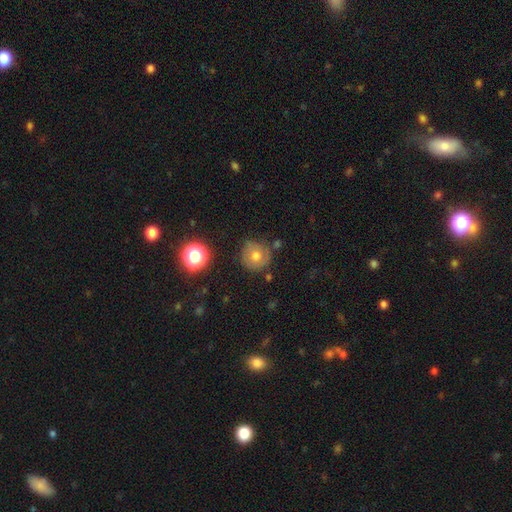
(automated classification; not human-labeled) Q: Smooth or featured?
A: smooth (61%); runner-up: featured or disk (26%)
Q: How rounded?
A: round (93%); runner-up: in between (6%)
Q: Merging?
A: none (75%); runner-up: minor disturbance (17%)